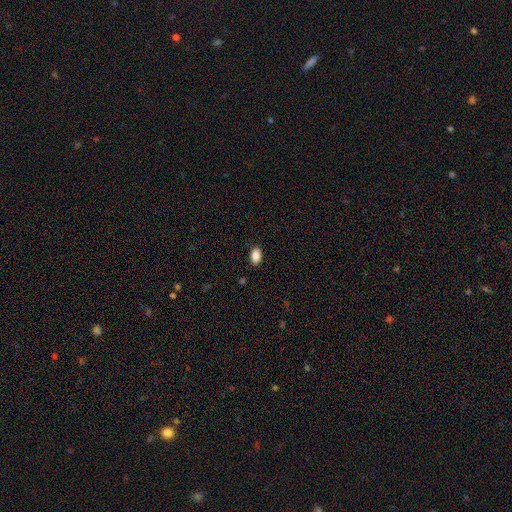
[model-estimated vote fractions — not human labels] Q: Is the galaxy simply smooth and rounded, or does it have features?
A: smooth — 89%.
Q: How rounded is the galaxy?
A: in between — 90%.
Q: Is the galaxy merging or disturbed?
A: none — 87%.